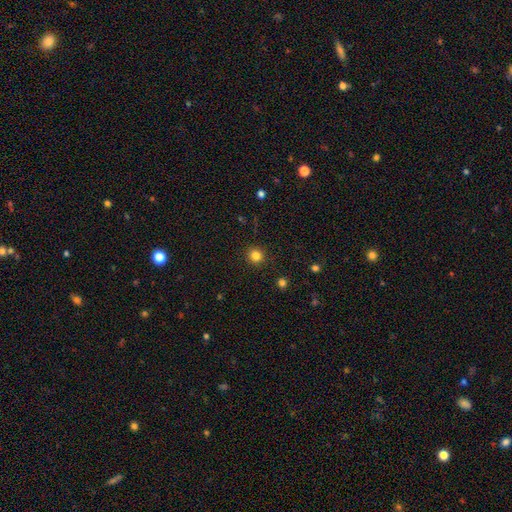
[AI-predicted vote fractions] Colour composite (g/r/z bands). It shows a smooth galaxy with no disk features (83%) that is round (93%). Merging: none (92%).